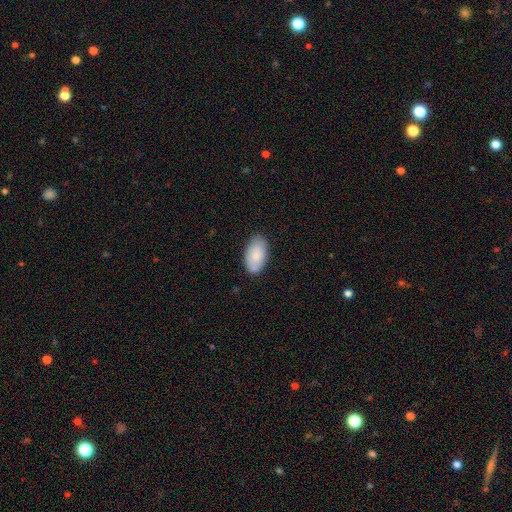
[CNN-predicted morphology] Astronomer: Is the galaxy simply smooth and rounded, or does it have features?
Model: smooth — 79%.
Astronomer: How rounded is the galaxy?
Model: in between — 95%.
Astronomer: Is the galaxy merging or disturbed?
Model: none — 78%.